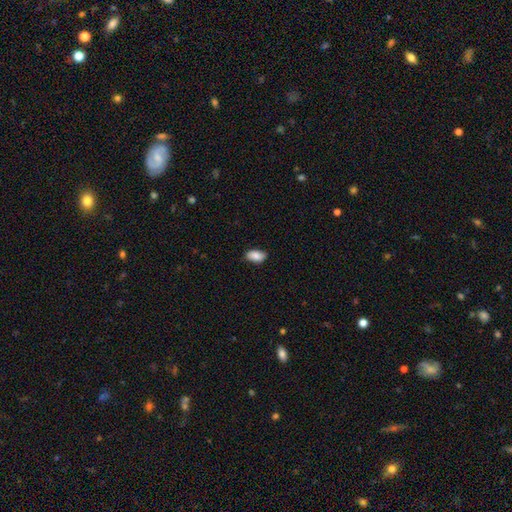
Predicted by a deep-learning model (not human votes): Smooth or featured: smooth — 86% (star or artifact — 7%)
How rounded: in between — 93% (round — 4%)
Merging: none — 82% (minor disturbance — 15%)